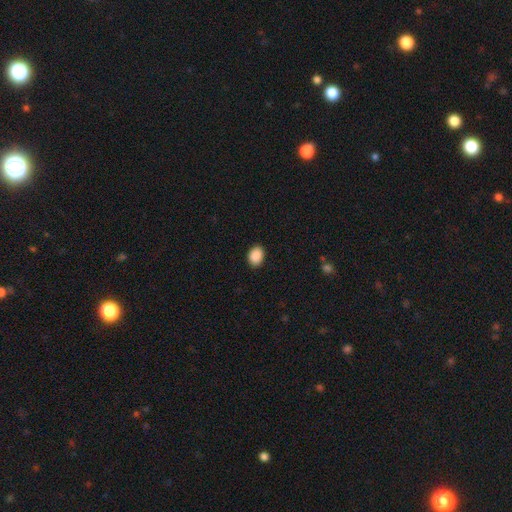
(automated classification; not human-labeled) smooth_or_featured: smooth (p=0.90) [alt: star or artifact p=0.08]
how_rounded: in between (p=0.71) [alt: round p=0.28]
merging: none (p=0.89) [alt: minor disturbance p=0.08]